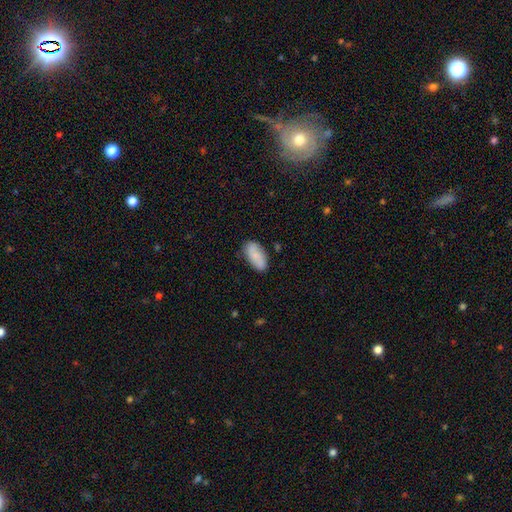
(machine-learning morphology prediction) A smooth galaxy with no disk features (81%) that is in between round and cigar-shaped (90%). Merging: none (76%).